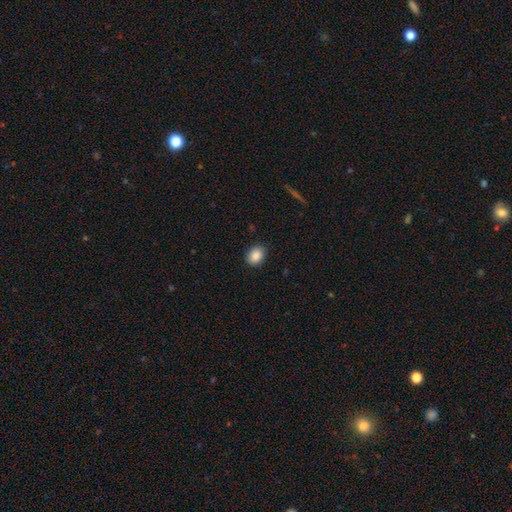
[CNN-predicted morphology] smooth-or-featured: smooth: 88% | star or artifact: 8% | featured or disk: 4%
  how-rounded: in between: 52% | round: 47% | cigar-shaped: 1%
  merging: none: 87% | minor disturbance: 9% | major disturbance: 2% | merger: 1%